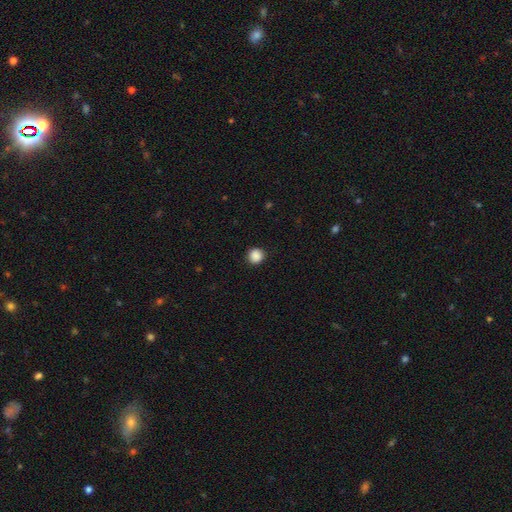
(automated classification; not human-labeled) Smooth or featured? smooth (89%)
How rounded? round (93%)
Merging? none (91%)